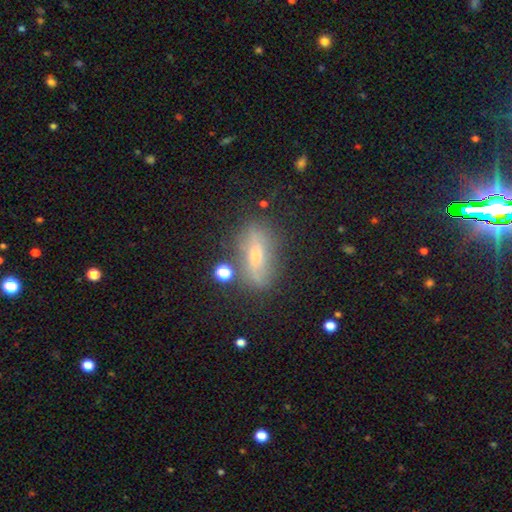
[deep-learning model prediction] Smooth or featured: featured or disk — 45% (smooth — 43%)
Merging: none — 70% (minor disturbance — 18%)